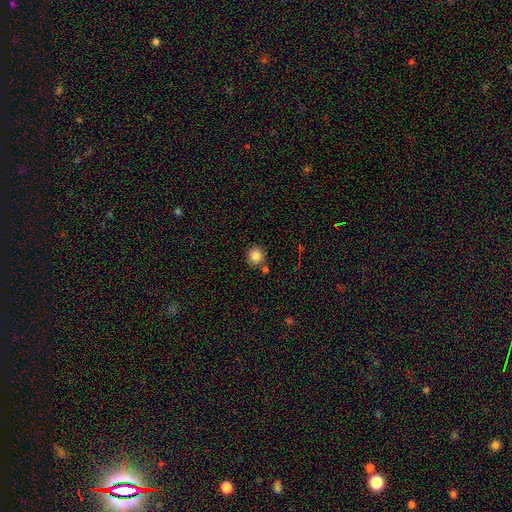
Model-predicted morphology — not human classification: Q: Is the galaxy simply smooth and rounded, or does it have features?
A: smooth — 85%.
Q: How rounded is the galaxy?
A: round — 88%.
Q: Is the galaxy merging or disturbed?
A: none — 75%.